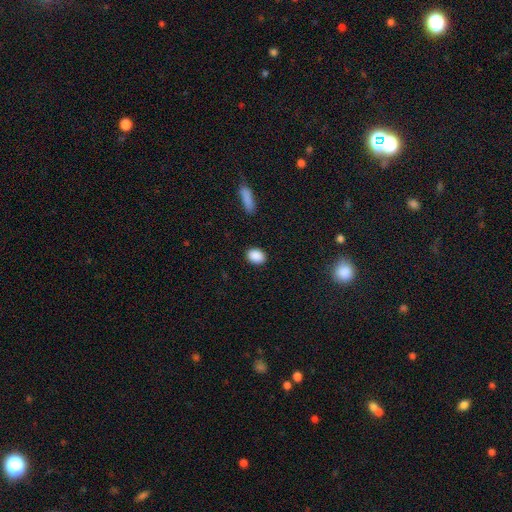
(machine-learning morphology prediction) Smooth or featured? Predicted: smooth (p=0.89). How rounded? Predicted: in between (p=0.69). Merging? Predicted: none (p=0.89).